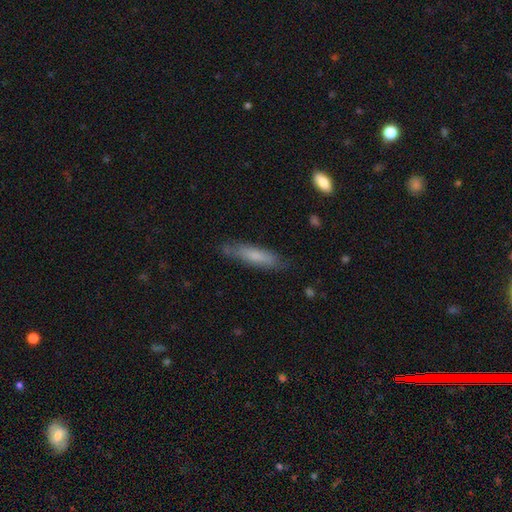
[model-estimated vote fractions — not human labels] Smooth or featured?
  - smooth: 67% *
  - featured or disk: 27%
  - star or artifact: 6%
How rounded?
  - cigar-shaped: 76% *
  - in between: 22%
  - round: 2%
Merging?
  - none: 74% *
  - minor disturbance: 20%
  - major disturbance: 4%
  - merger: 2%